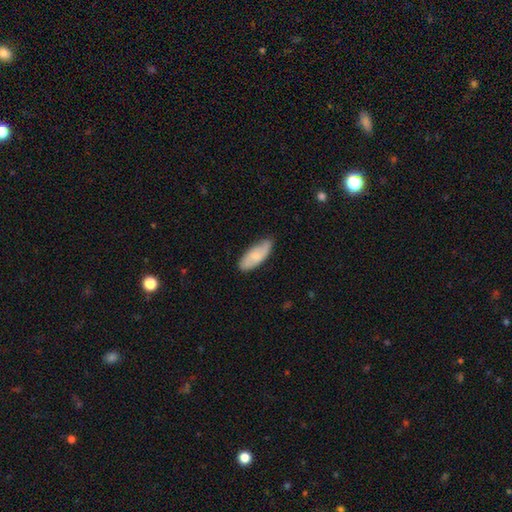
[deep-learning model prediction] Q: Smooth or featured?
A: smooth (67%); runner-up: featured or disk (27%)
Q: How rounded?
A: in between (77%); runner-up: cigar-shaped (21%)
Q: Merging?
A: none (72%); runner-up: minor disturbance (23%)